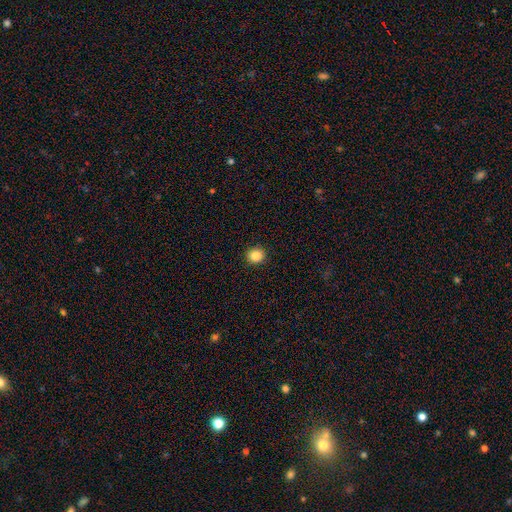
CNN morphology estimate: Smooth or featured: smooth — 85% (star or artifact — 10%)
How rounded: round — 87% (in between — 12%)
Merging: none — 92% (minor disturbance — 5%)